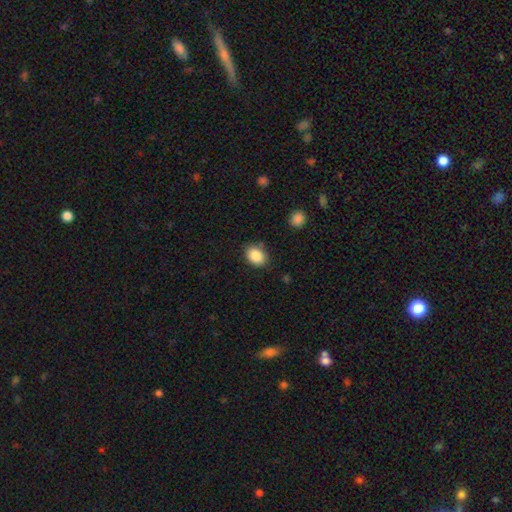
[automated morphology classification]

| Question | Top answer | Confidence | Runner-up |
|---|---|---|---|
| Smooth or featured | smooth | 87% | star or artifact (8%) |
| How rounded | in between | 67% | round (32%) |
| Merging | none | 82% | minor disturbance (12%) |